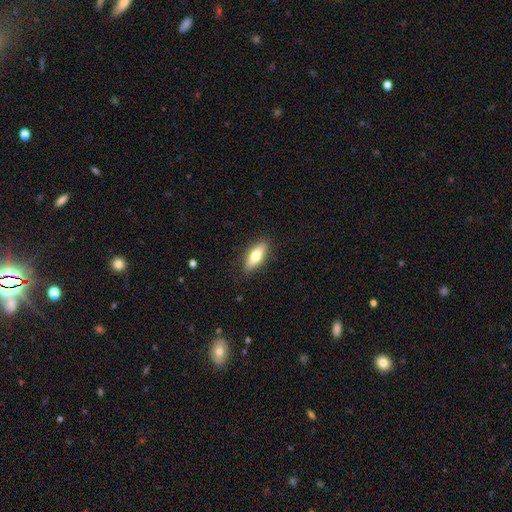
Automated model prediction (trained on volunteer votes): A smooth galaxy with no disk features (67%) that is in between round and cigar-shaped (66%). Merging: none (86%).